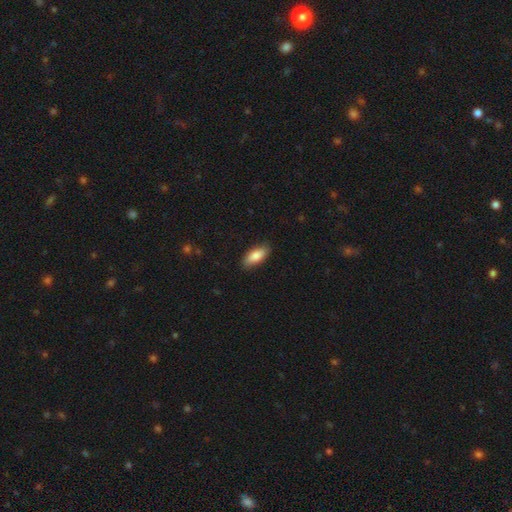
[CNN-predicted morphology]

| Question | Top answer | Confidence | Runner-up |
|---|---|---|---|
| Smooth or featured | smooth | 82% | featured or disk (12%) |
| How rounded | in between | 80% | cigar-shaped (17%) |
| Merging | none | 86% | minor disturbance (11%) |